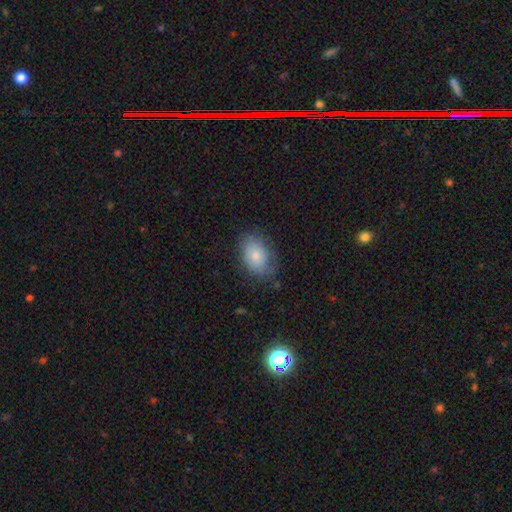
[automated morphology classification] A smooth galaxy with no disk features (76%) that is in between round and cigar-shaped (80%). Merging: none (70%).